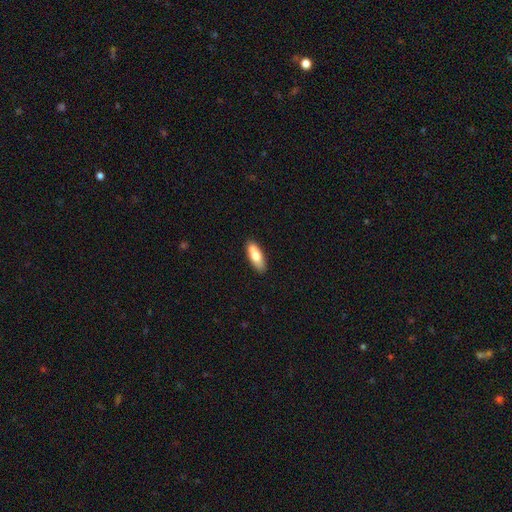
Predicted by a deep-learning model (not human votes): smooth_or_featured: smooth (p=0.68) [alt: featured or disk p=0.25]
how_rounded: in between (p=0.66) [alt: cigar-shaped p=0.31]
merging: none (p=0.59) [alt: merger p=0.24]